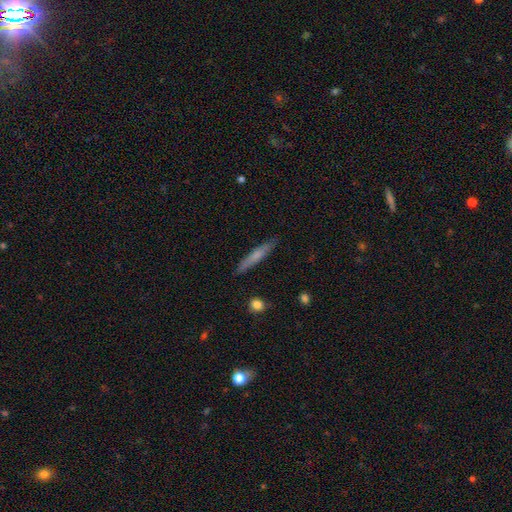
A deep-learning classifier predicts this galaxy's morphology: This appears to be a smooth galaxy with no disk features (62%) that is cigar-shaped (94%). Merging: none (88%).